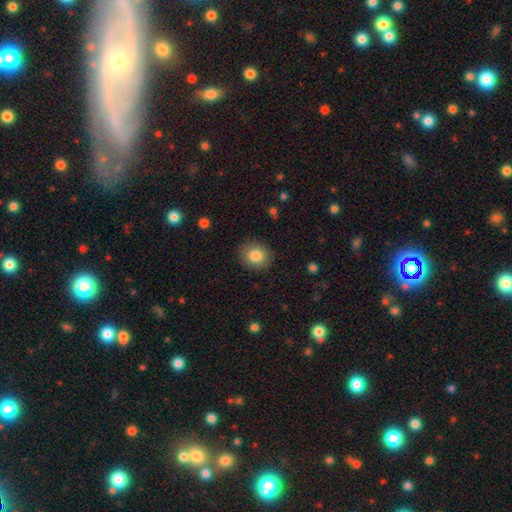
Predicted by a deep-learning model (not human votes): A smooth galaxy with no disk features (84%) that is round (80%).

Vote fractions:
- Smooth or featured? smooth: 84% / star or artifact: 9% / featured or disk: 7%
- How rounded? round: 80% / in between: 19% / cigar-shaped: 1%
- Merging? none: 89% / minor disturbance: 8% / major disturbance: 2% / merger: 1%